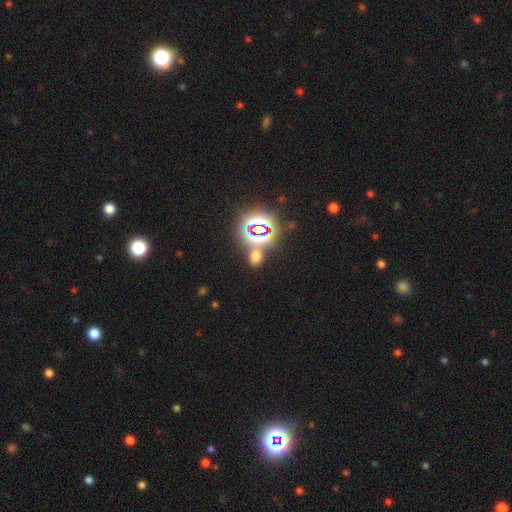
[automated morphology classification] smooth 47%, star or artifact 46%, featured or disk 7%. Down the decision tree: merging — none (70%).